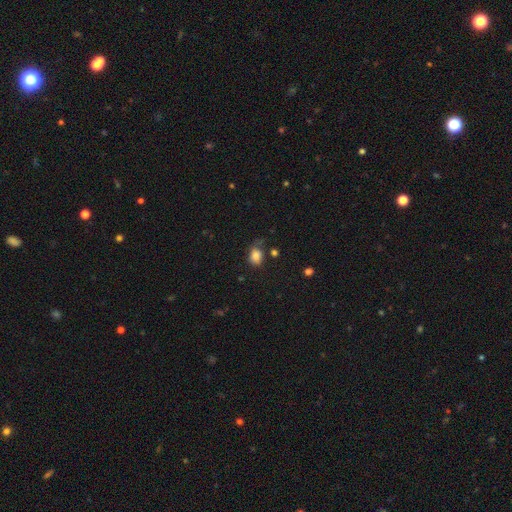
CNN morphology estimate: Smooth or featured?
  - smooth: 83% *
  - star or artifact: 10%
  - featured or disk: 8%
How rounded?
  - in between: 50% *
  - round: 49%
  - cigar-shaped: 1%
Merging?
  - none: 50% *
  - minor disturbance: 28%
  - major disturbance: 16%
  - merger: 6%